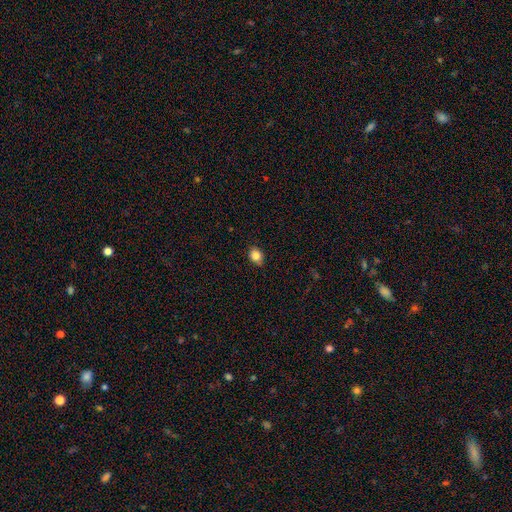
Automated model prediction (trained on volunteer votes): This appears to be a smooth galaxy with no disk features (84%) that is in between round and cigar-shaped (55%). Merging: none (80%).